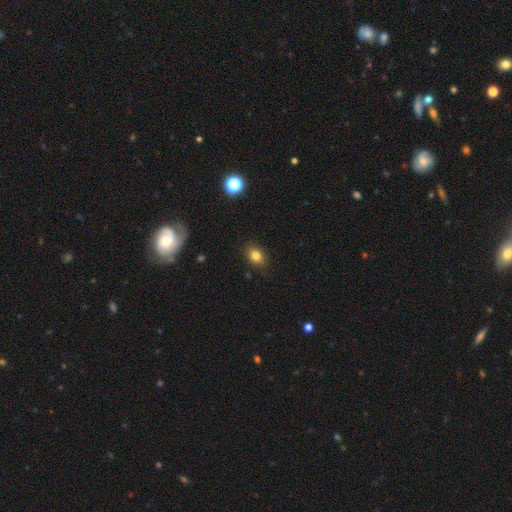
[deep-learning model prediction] The model was most divided on "how rounded": in between: 60%, round: 39%, cigar-shaped: 1%. More confident: merging — none (85%); smooth or featured — smooth (81%).